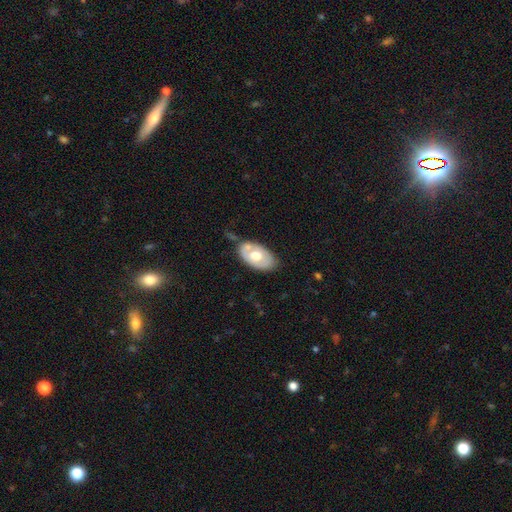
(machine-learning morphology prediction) This is possibly a smooth galaxy (51%). How rounded: clearly in between (91%). Merging: likely none (63%).